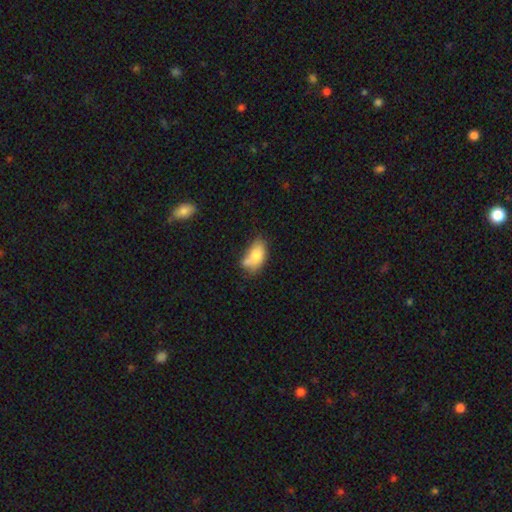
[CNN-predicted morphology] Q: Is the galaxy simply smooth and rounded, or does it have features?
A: smooth — 75%.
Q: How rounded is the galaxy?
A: in between — 90%.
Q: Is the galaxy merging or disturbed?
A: none — 40%.